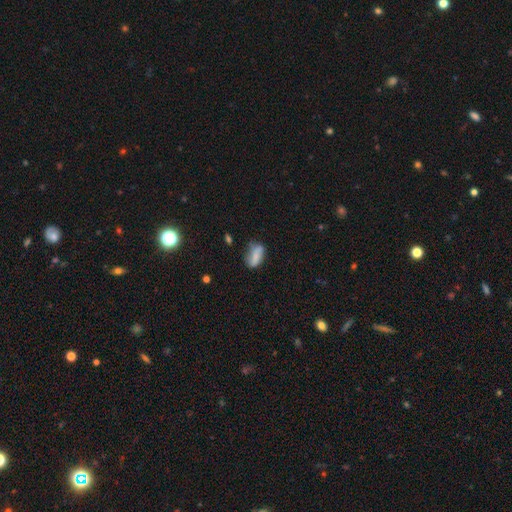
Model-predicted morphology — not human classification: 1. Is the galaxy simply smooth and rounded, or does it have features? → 70% smooth, 21% featured or disk, 9% star or artifact.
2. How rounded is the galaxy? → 84% in between, 11% cigar-shaped, 5% round.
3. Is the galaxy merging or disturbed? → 56% none, 30% minor disturbance, 9% major disturbance, 5% merger.